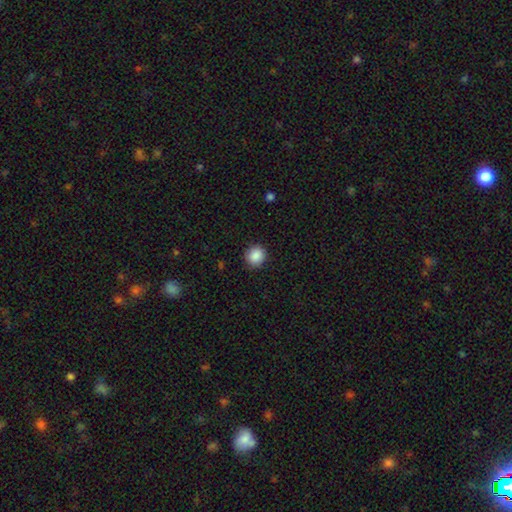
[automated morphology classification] Q: Smooth or featured?
A: smooth (88%); runner-up: star or artifact (9%)
Q: How rounded?
A: round (90%); runner-up: in between (9%)
Q: Merging?
A: none (90%); runner-up: minor disturbance (7%)